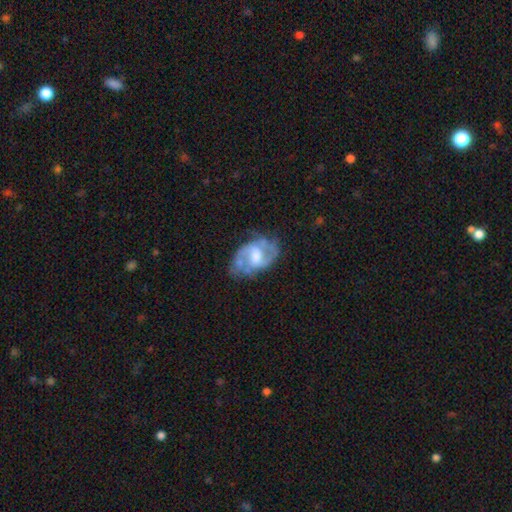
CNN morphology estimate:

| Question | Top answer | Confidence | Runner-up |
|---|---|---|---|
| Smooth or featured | featured or disk | 77% | smooth (16%) |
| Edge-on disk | no | 97% | yes (3%) |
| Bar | weak | 52% | no (31%) |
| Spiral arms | yes | 87% | no (13%) |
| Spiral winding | medium | 50% | loose (26%) |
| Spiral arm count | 2 | 75% | can't tell (13%) |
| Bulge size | moderate | 55% | small (23%) |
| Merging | none | 62% | minor disturbance (24%) |